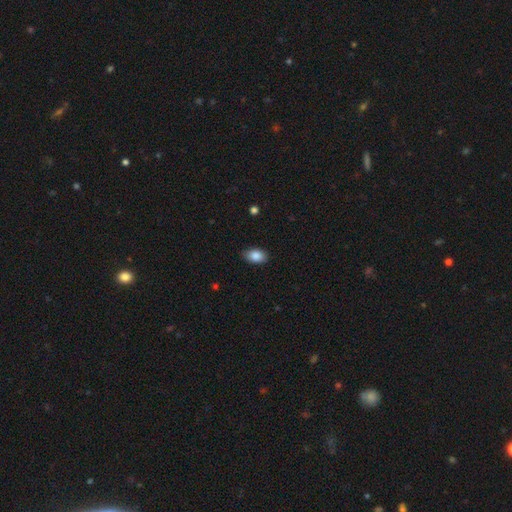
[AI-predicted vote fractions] This is clearly a smooth galaxy (87%). How rounded: clearly in between (89%). Merging: clearly none (85%).